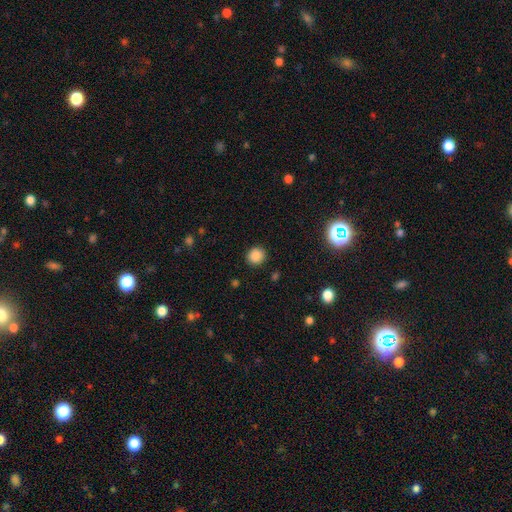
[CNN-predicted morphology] smooth_or_featured: smooth (p=0.86) [alt: star or artifact p=0.10]
how_rounded: round (p=0.89) [alt: in between p=0.11]
merging: none (p=0.90) [alt: minor disturbance p=0.06]